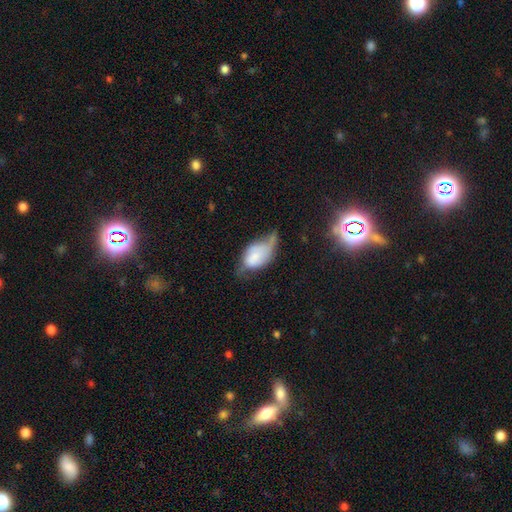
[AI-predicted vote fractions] This is possibly a smooth galaxy (55%). How rounded: clearly in between (88%). Merging: marginally major disturbance (39%).